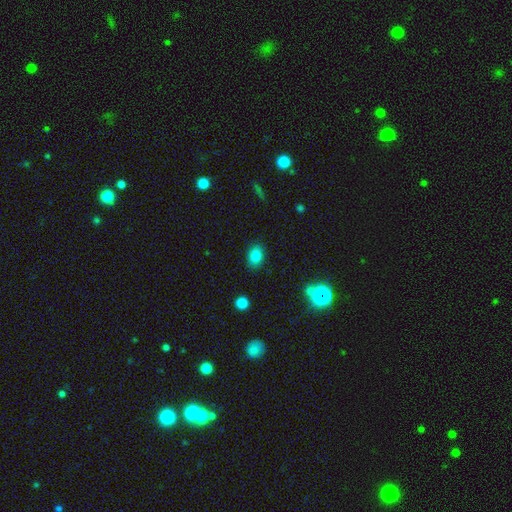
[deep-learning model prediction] smooth-or-featured: smooth: 82% | star or artifact: 11% | featured or disk: 7%
  how-rounded: in between: 73% | round: 26% | cigar-shaped: 1%
  merging: none: 86% | minor disturbance: 10% | major disturbance: 3% | merger: 2%